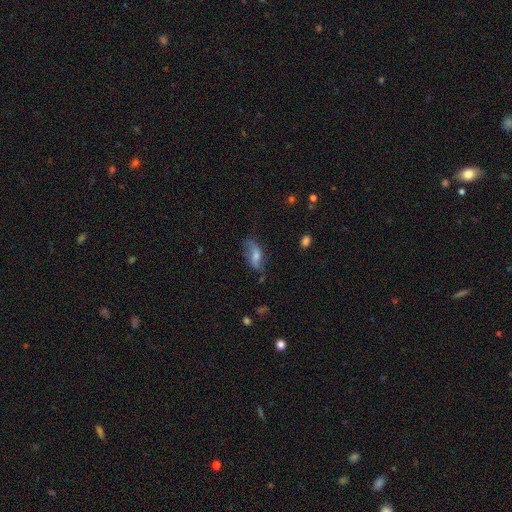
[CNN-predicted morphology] smooth-or-featured: smooth: 54% | featured or disk: 38% | star or artifact: 8%
  how-rounded: in between: 82% | cigar-shaped: 14% | round: 4%
  merging: none: 57% | minor disturbance: 28% | major disturbance: 12% | merger: 3%